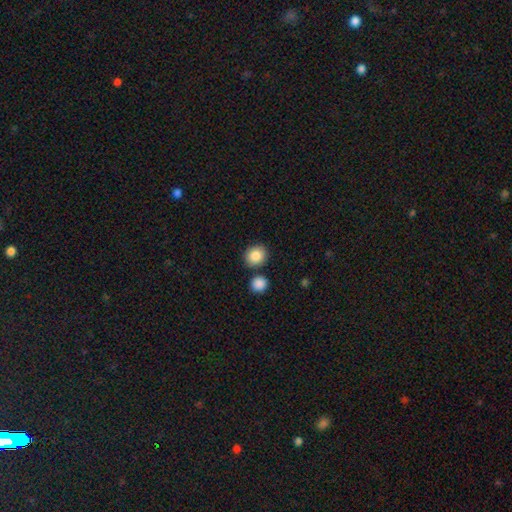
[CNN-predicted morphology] A smooth galaxy with no disk features (86%) that is round (75%). Merging: none (81%).